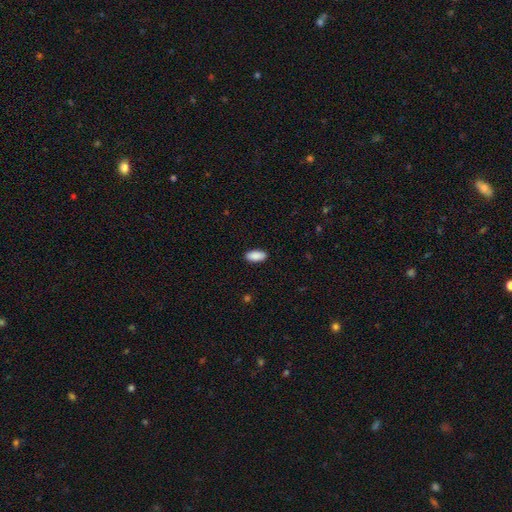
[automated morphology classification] smooth-or-featured: smooth: 91% | star or artifact: 6% | featured or disk: 3%
  how-rounded: in between: 90% | cigar-shaped: 8% | round: 2%
  merging: none: 90% | minor disturbance: 8% | major disturbance: 2% | merger: 1%